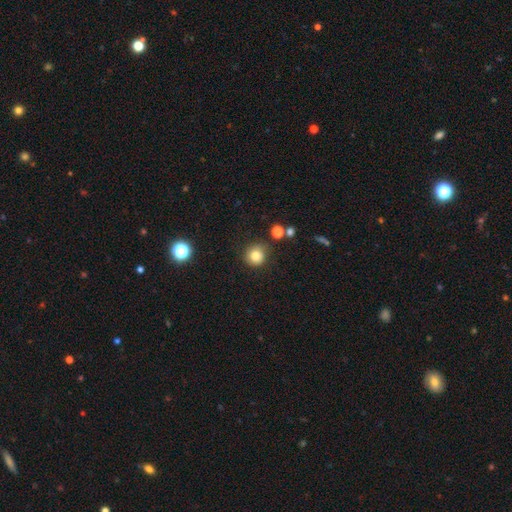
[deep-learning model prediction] Smooth or featured? smooth (81%)
How rounded? round (92%)
Merging? none (81%)